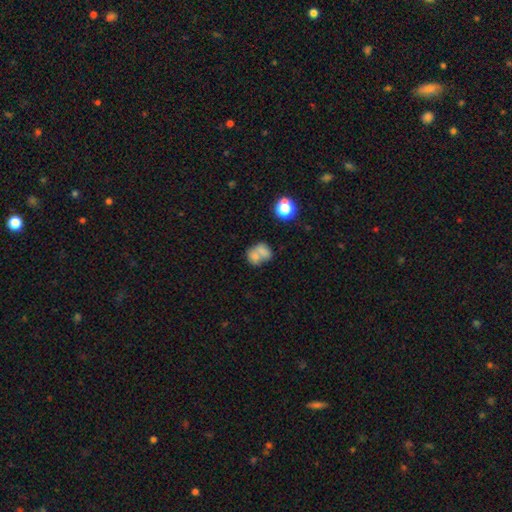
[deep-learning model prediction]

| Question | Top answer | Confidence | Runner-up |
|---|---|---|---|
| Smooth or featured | smooth | 69% | featured or disk (20%) |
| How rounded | round | 52% | in between (46%) |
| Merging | merger | 60% | none (24%) |